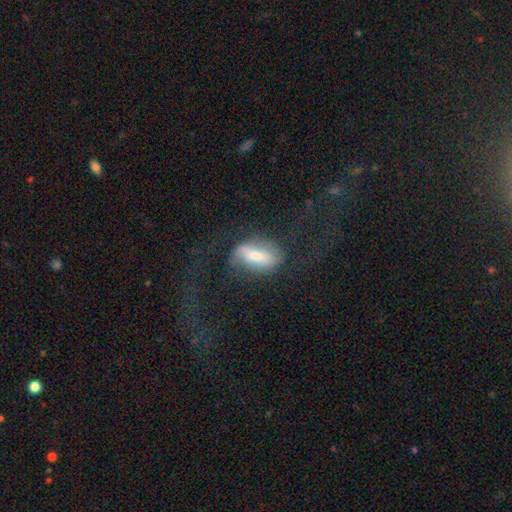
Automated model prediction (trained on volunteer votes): Smooth or featured? featured or disk (51%)
Edge-on disk? no (82%)
Merging? none (49%)